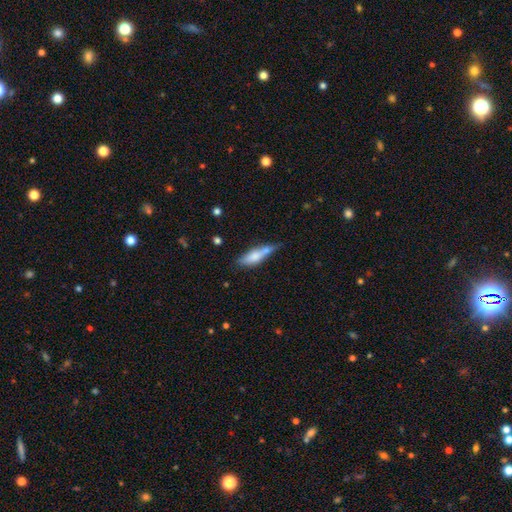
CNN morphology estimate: smooth_or_featured: smooth (p=0.69) [alt: featured or disk p=0.23]
how_rounded: cigar-shaped (p=0.51) [alt: in between p=0.46]
merging: none (p=0.39) [alt: minor disturbance p=0.29]